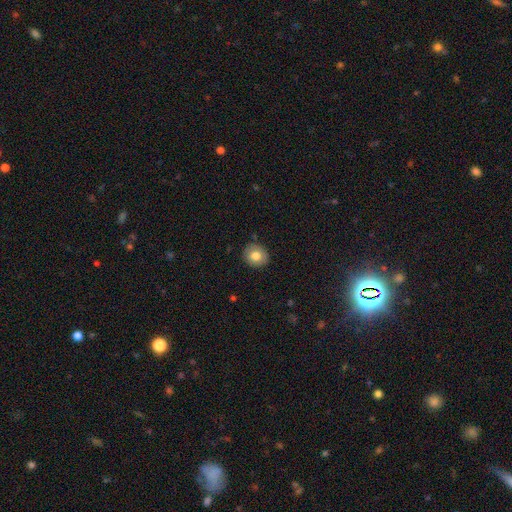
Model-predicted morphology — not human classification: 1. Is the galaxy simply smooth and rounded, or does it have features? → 76% smooth, 16% featured or disk, 8% star or artifact.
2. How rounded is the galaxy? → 76% round, 24% in between, 1% cigar-shaped.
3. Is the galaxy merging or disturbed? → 88% none, 9% minor disturbance, 2% major disturbance, 1% merger.